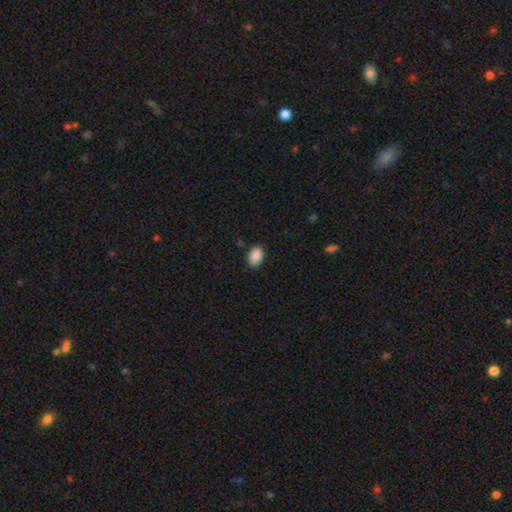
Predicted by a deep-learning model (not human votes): smooth 89%, star or artifact 7%, featured or disk 3%. Down the decision tree: how rounded — in between (86%); merging — none (83%).